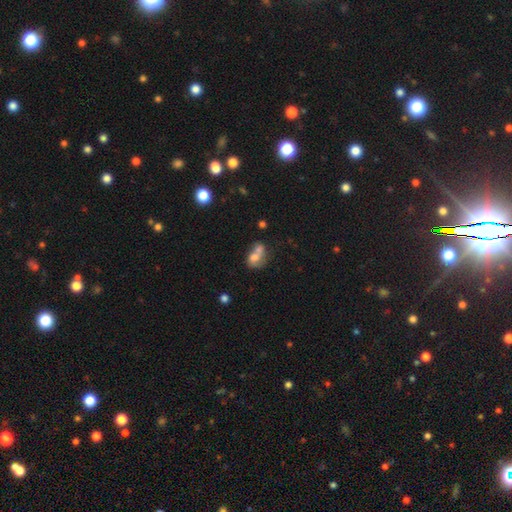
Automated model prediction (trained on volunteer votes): A smooth galaxy with no disk features (64%) that is in between round and cigar-shaped (63%).

Vote fractions:
- Smooth or featured? smooth: 64% / featured or disk: 26% / star or artifact: 11%
- How rounded? in between: 63% / round: 35% / cigar-shaped: 2%
- Merging? merger: 66% / none: 17% / minor disturbance: 9% / major disturbance: 8%